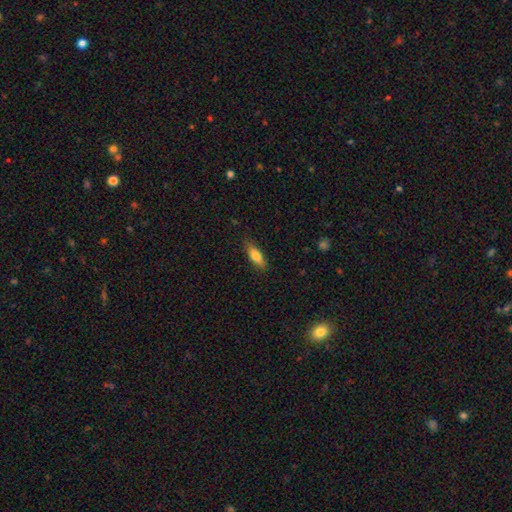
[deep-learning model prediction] Overall: smooth (75%). How rounded: in between (57%; cigar-shaped 41%). Merging: none (85%).